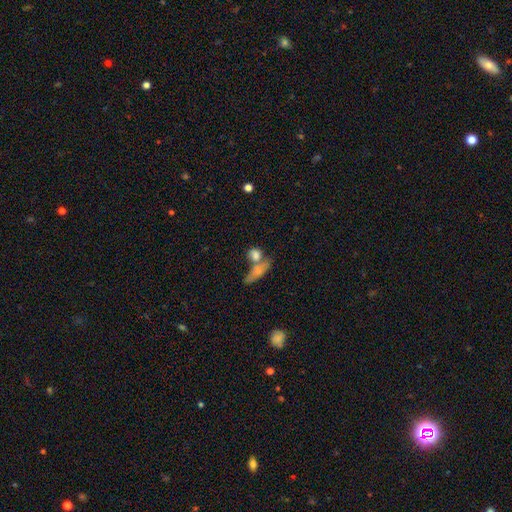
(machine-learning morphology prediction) This appears to be a smooth galaxy with no disk features (74%) that is round (45%). Merging: merger (43%).